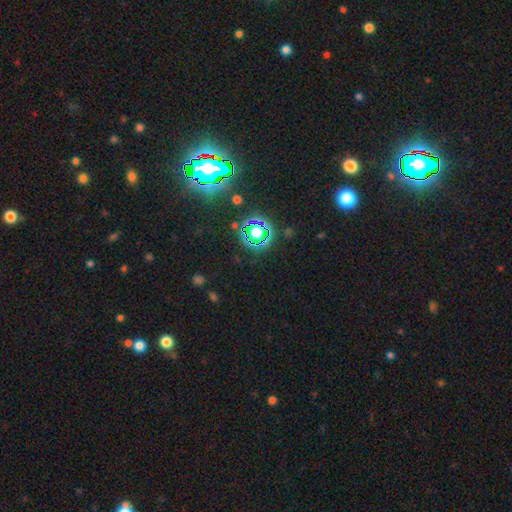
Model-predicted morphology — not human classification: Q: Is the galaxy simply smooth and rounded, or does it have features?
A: star or artifact — 81%.